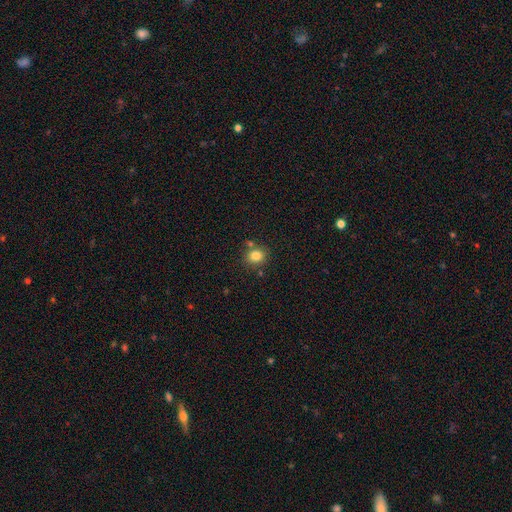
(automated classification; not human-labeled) Morphology: type=smooth (82%); roundness=round (73%); merging=none (74%).